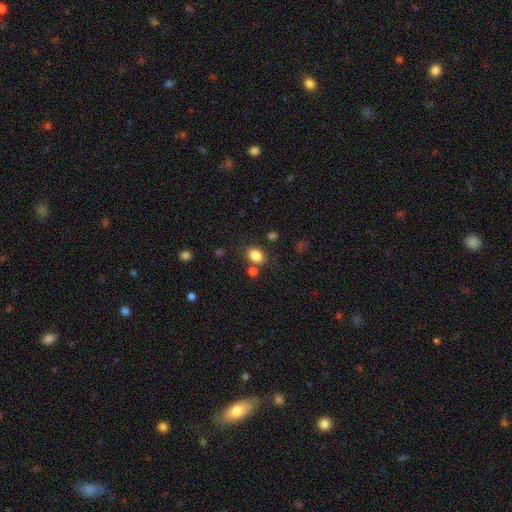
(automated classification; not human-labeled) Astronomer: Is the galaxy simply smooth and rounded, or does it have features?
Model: smooth — 85%.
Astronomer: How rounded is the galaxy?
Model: in between — 63%.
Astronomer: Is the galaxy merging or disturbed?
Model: none — 73%.